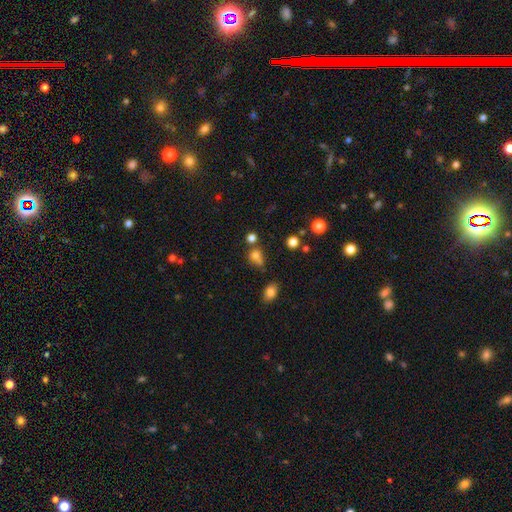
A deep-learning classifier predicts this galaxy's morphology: This appears to be a smooth galaxy with no disk features (73%) that is round (56%). Merging: none (45%).